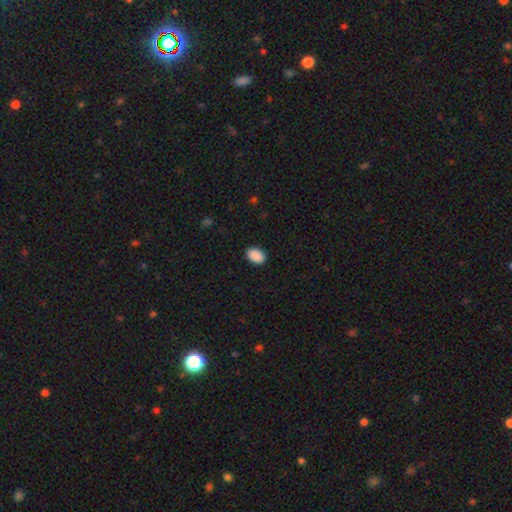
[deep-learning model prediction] Smooth or featured?
  - smooth: 91% *
  - star or artifact: 7%
  - featured or disk: 2%
How rounded?
  - in between: 89% *
  - round: 10%
  - cigar-shaped: 1%
Merging?
  - none: 90% *
  - minor disturbance: 7%
  - major disturbance: 2%
  - merger: 1%